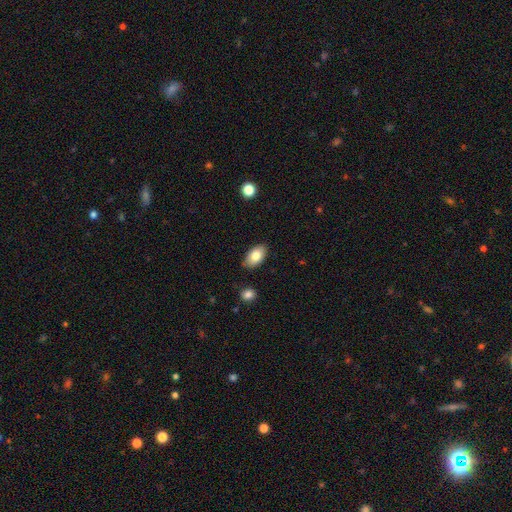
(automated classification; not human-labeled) The model was most divided on "smooth or featured": smooth: 81%, featured or disk: 12%, star or artifact: 7%. More confident: how rounded — in between (93%); merging — none (84%).